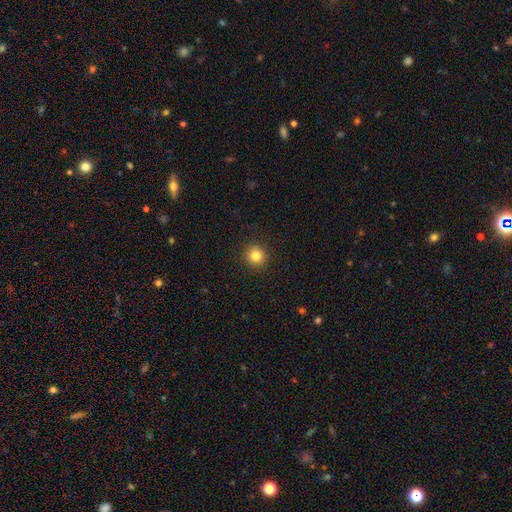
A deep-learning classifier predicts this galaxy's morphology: This appears to be a smooth galaxy with no disk features (82%) that is round (93%). Merging: none (92%).